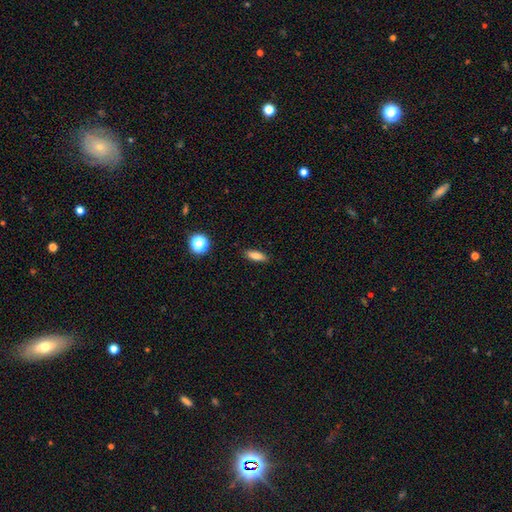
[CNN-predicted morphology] type=smooth (80%); roundness=in between (61%); merging=none (88%).